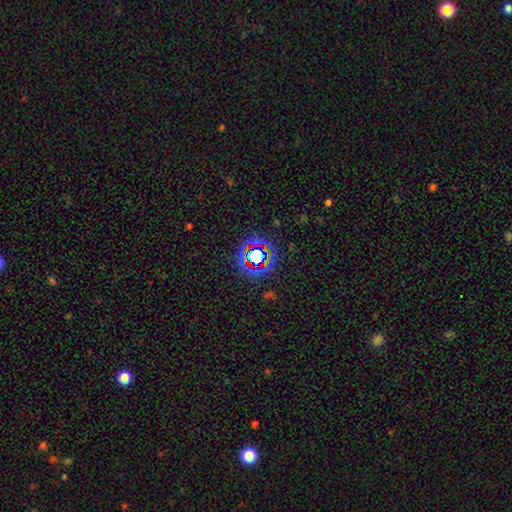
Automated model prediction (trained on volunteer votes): Smooth or featured? Predicted: star or artifact (p=0.66).